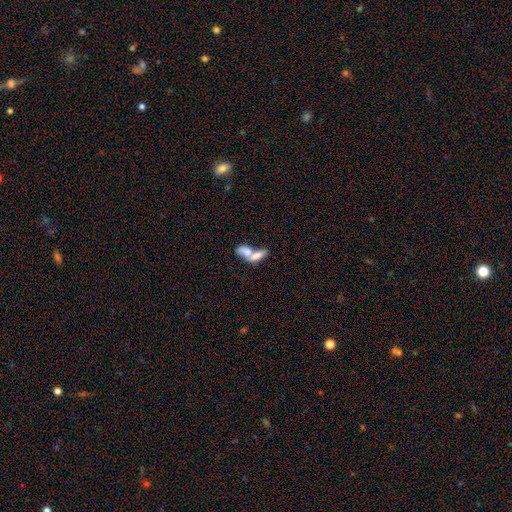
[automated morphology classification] Smooth or featured? smooth (66%)
How rounded? in between (74%)
Merging? merger (73%)